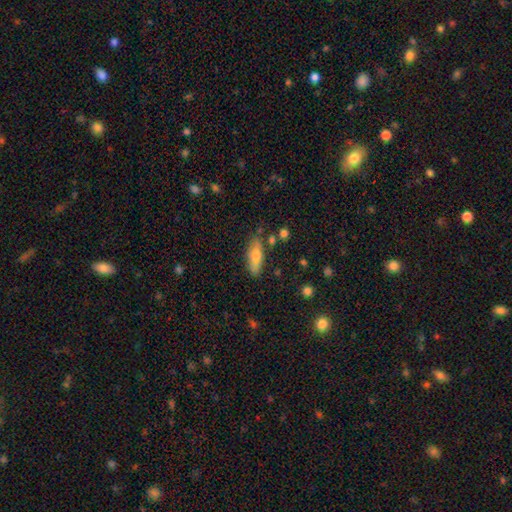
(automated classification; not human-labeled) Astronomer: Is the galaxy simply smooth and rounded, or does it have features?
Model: smooth — 67%.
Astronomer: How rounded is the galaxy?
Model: in between — 54% (runner-up: cigar-shaped, 43%).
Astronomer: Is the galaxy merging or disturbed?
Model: none — 76%.